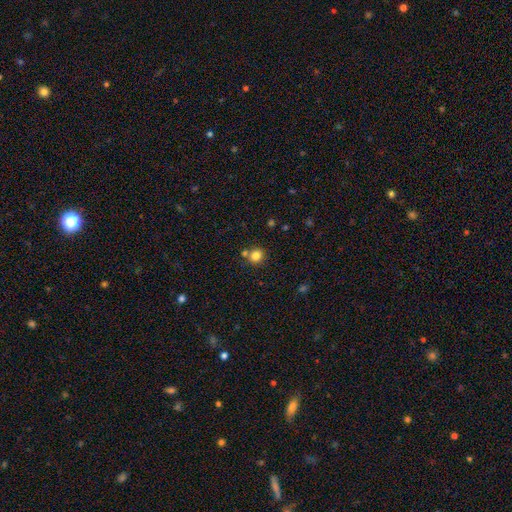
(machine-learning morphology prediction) Q: Smooth or featured?
A: smooth (82%); runner-up: star or artifact (12%)
Q: How rounded?
A: round (82%); runner-up: in between (17%)
Q: Merging?
A: none (70%); runner-up: merger (17%)